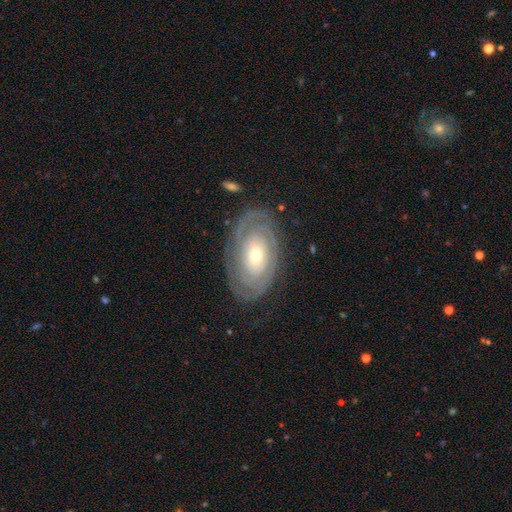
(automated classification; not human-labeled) The model was most divided on "bulge size": small: 55%, moderate: 40%, large: 3%, dominant: 1%, none: 1%. Remaining: edge-on disk — no (95%); spiral arms — yes (84%); spiral winding — tight (81%); bar — no (80%); smooth or featured — featured or disk (79%); merging — none (79%); spiral arm count — can't tell (47%).